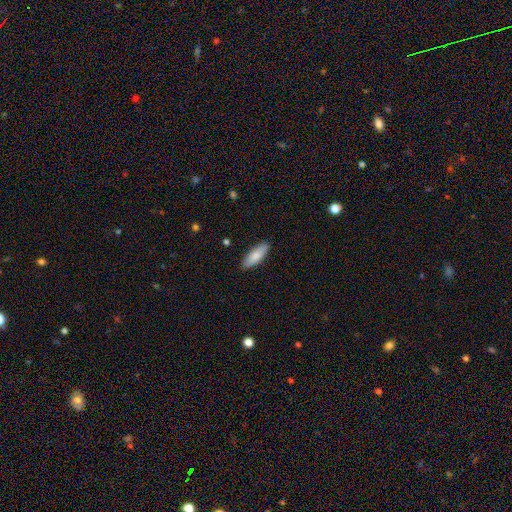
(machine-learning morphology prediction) smooth_or_featured: smooth (p=0.85) [alt: featured or disk p=0.10]
how_rounded: in between (p=0.61) [alt: cigar-shaped p=0.38]
merging: none (p=0.89) [alt: minor disturbance p=0.09]